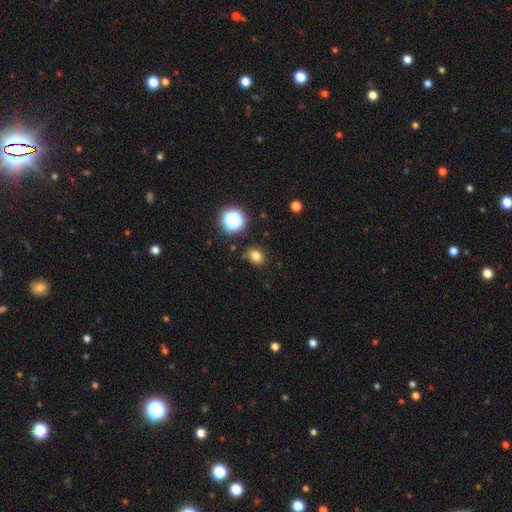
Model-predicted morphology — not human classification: Overall: smooth (78%). How rounded: round (66%; in between 33%). Merging: none (84%).